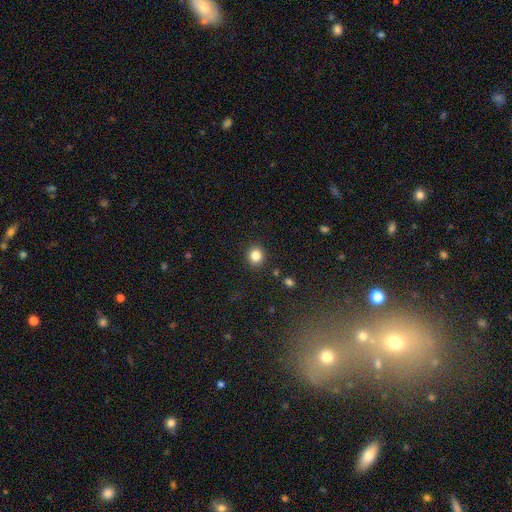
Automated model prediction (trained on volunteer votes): Smooth or featured? smooth (84%)
How rounded? round (82%)
Merging? none (91%)